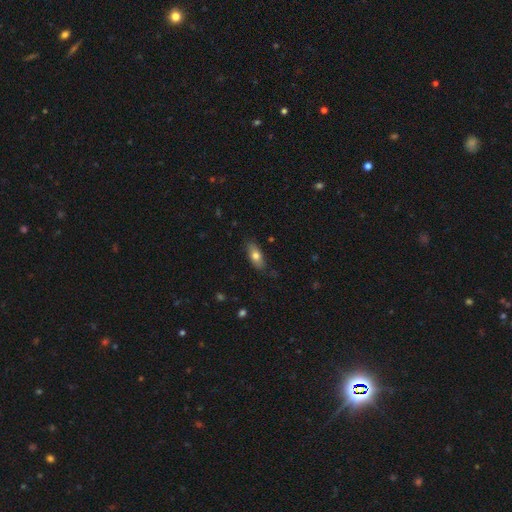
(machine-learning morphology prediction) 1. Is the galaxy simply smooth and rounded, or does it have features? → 73% smooth, 20% featured or disk, 7% star or artifact.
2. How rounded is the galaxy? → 80% in between, 17% cigar-shaped, 4% round.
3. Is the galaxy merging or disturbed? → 79% none, 16% minor disturbance, 3% major disturbance, 1% merger.